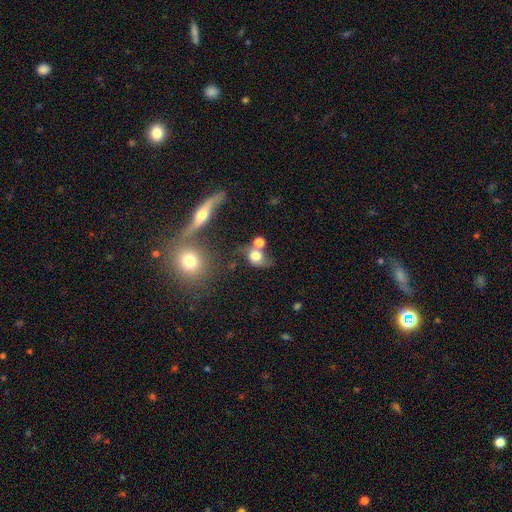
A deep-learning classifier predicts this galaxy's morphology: Smooth or featured?
  - smooth: 62% *
  - featured or disk: 25%
  - star or artifact: 12%
How rounded?
  - round: 56% *
  - in between: 41%
  - cigar-shaped: 2%
Merging?
  - merger: 36% *
  - none: 35%
  - minor disturbance: 16%
  - major disturbance: 13%